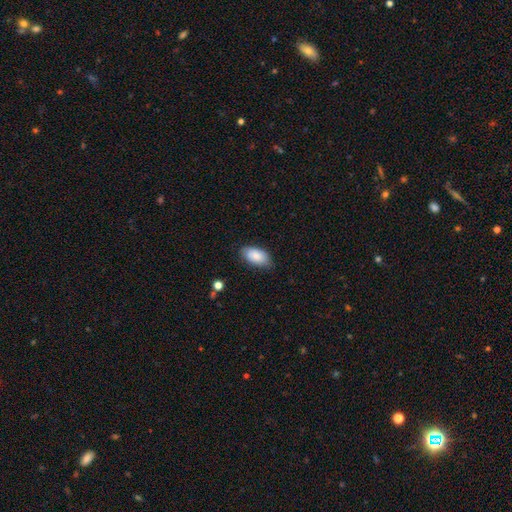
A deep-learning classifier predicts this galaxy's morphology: A smooth galaxy with no disk features (83%) that is in between round and cigar-shaped (94%).

Vote fractions:
- Smooth or featured? smooth: 83% / featured or disk: 10% / star or artifact: 6%
- How rounded? in between: 94% / round: 3% / cigar-shaped: 3%
- Merging? none: 77% / minor disturbance: 18% / major disturbance: 3% / merger: 1%